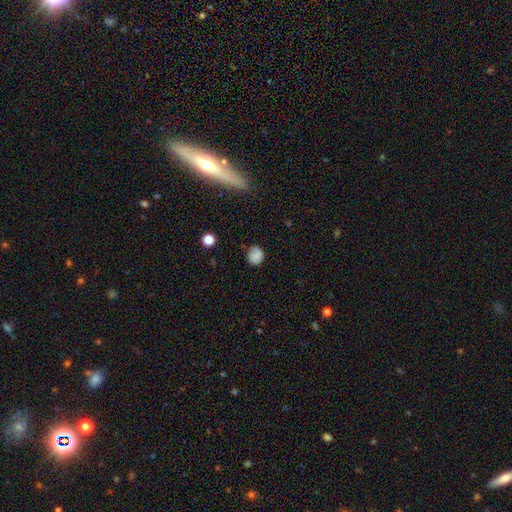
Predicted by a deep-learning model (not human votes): Morphology: type=smooth (78%); roundness=round (71%); merging=none (70%).